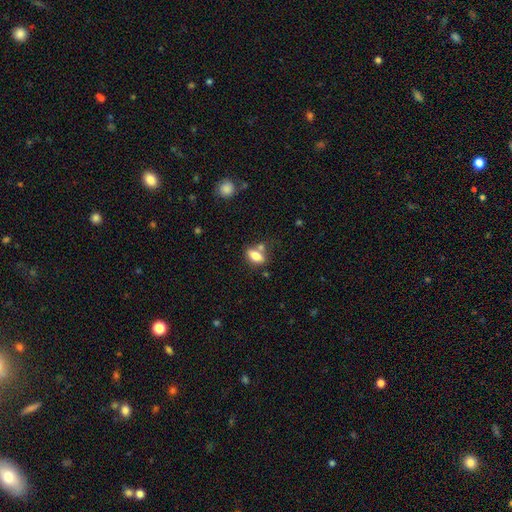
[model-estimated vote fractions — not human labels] smooth-or-featured: smooth: 78% | featured or disk: 14% | star or artifact: 8%
  how-rounded: in between: 83% | cigar-shaped: 9% | round: 8%
  merging: none: 60% | merger: 20% | minor disturbance: 15% | major disturbance: 5%